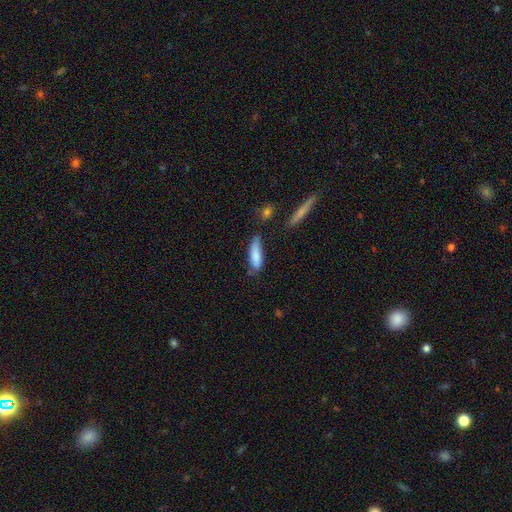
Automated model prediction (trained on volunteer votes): A smooth galaxy with no disk features (83%) that is cigar-shaped (53%).

Vote fractions:
- Smooth or featured? smooth: 83% / featured or disk: 11% / star or artifact: 6%
- How rounded? cigar-shaped: 53% / in between: 45% / round: 2%
- Merging? none: 61% / minor disturbance: 28% / major disturbance: 6% / merger: 5%